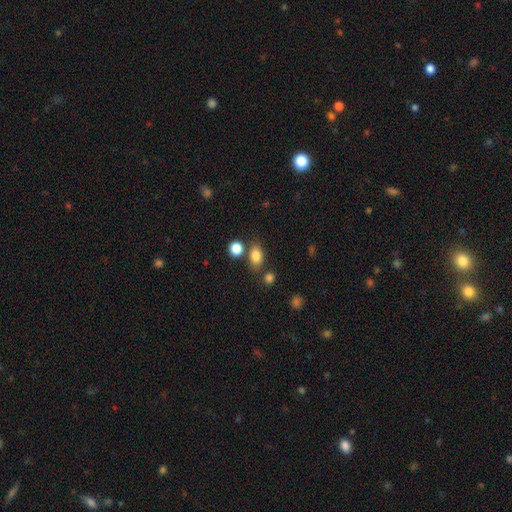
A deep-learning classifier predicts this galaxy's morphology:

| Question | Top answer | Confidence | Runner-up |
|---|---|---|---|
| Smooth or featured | smooth | 83% | star or artifact (10%) |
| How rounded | in between | 75% | round (23%) |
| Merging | none | 70% | minor disturbance (13%) |